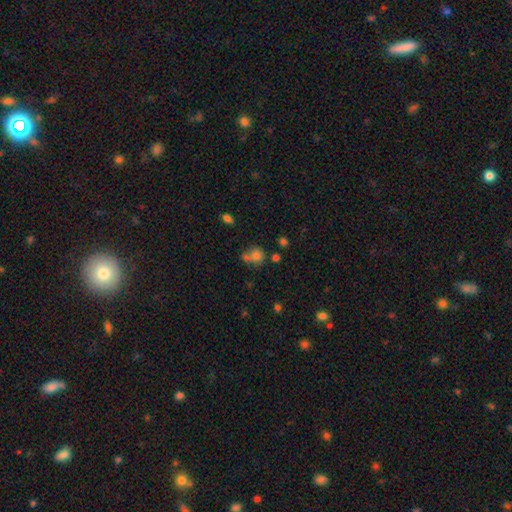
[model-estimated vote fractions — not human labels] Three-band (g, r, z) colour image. It shows a smooth galaxy with no disk features (75%) that is round (72%). Merging: none (44%).